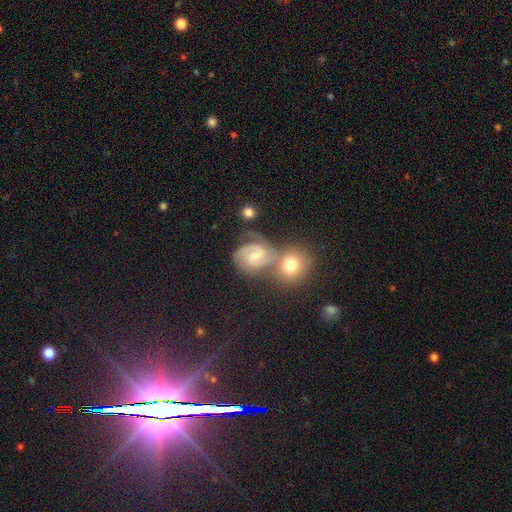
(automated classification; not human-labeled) The model was most divided on "bulge size": moderate: 49%, small: 45%, large: 3%, none: 2%, dominant: 1%. Remaining: edge-on disk — no (97%); spiral arms — yes (95%); smooth or featured — featured or disk (71%); spiral arm count — 2 (61%); spiral winding — tight (59%); merging — none (53%); bar — weak (45%).